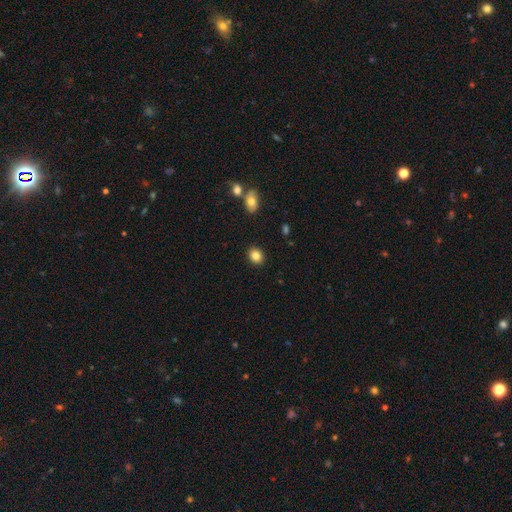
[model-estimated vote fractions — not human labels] Smooth or featured? Predicted: smooth (p=0.85). How rounded? Predicted: round (p=0.55). Merging? Predicted: none (p=0.90).